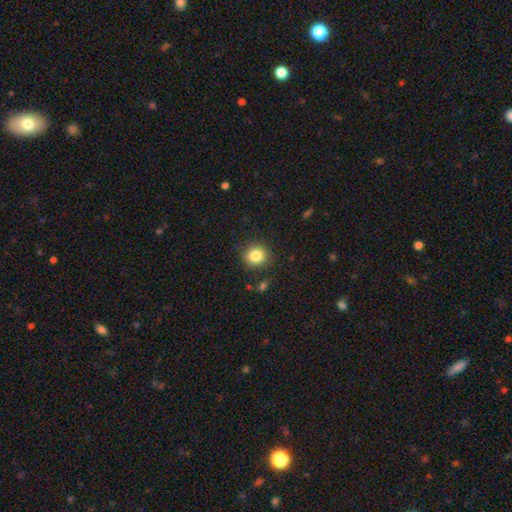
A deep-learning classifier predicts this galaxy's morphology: smooth_or_featured: smooth (p=0.84) [alt: star or artifact p=0.10]
how_rounded: round (p=0.89) [alt: in between p=0.10]
merging: none (p=0.88) [alt: minor disturbance p=0.08]